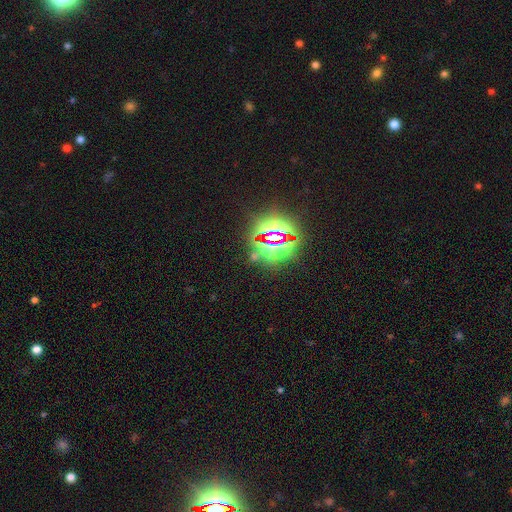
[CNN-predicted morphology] star or artifact 82%, smooth 10%, featured or disk 8%.